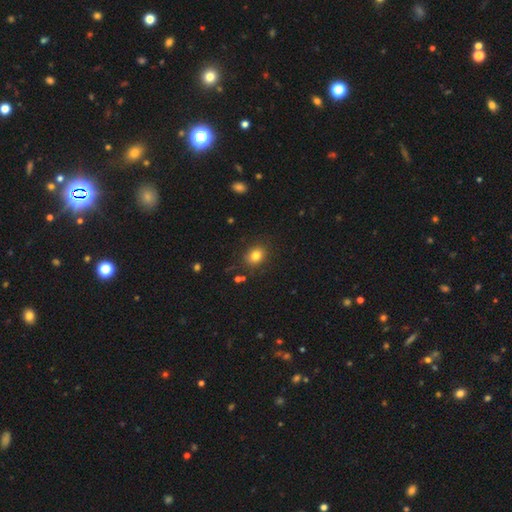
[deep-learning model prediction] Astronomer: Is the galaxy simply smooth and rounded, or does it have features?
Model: smooth — 81%.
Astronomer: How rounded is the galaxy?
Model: round — 54% (runner-up: in between, 45%).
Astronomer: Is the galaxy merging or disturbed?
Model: none — 84%.